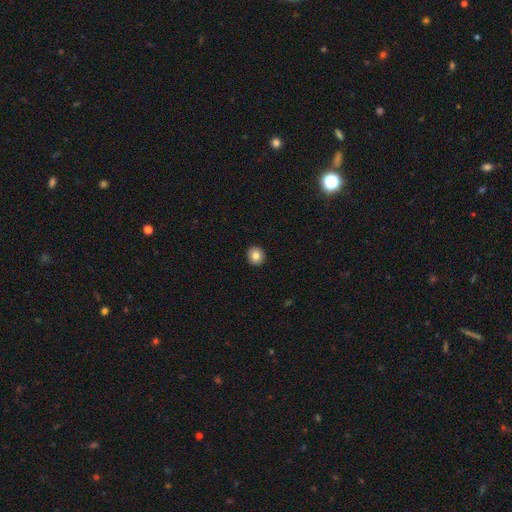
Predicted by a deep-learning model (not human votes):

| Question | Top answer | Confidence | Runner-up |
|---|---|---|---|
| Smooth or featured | smooth | 82% | featured or disk (9%) |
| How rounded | round | 89% | in between (10%) |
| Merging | none | 93% | minor disturbance (4%) |